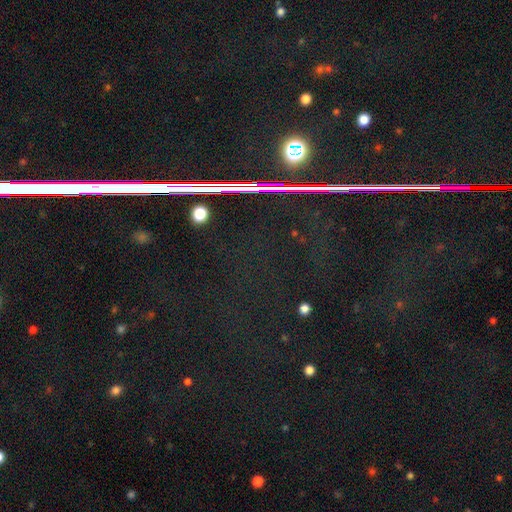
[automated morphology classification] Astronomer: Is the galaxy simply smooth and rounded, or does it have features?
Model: star or artifact — 83%.